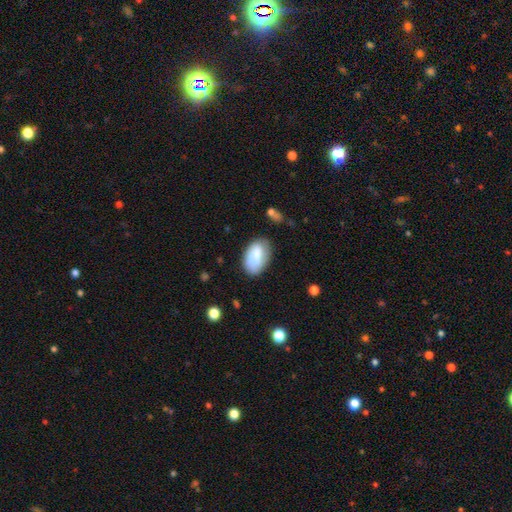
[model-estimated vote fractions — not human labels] Smooth or featured?
  - smooth: 73% *
  - featured or disk: 20%
  - star or artifact: 7%
How rounded?
  - in between: 93% *
  - round: 5%
  - cigar-shaped: 2%
Merging?
  - none: 66% *
  - minor disturbance: 24%
  - major disturbance: 7%
  - merger: 3%